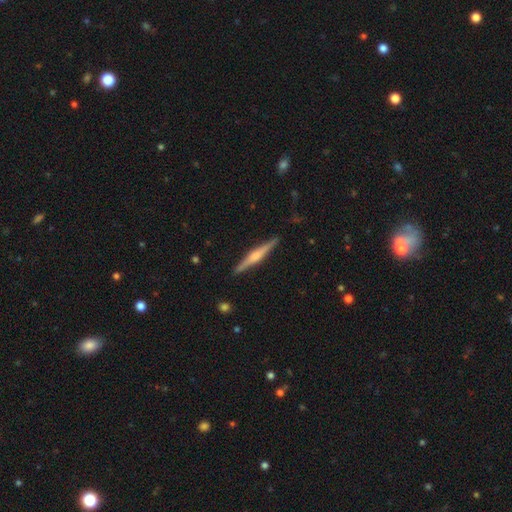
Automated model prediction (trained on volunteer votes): Overall: featured or disk (70%). Edge-on disk: yes (98%). Edge-on bulge: rounded (69%). Merging: none (90%).